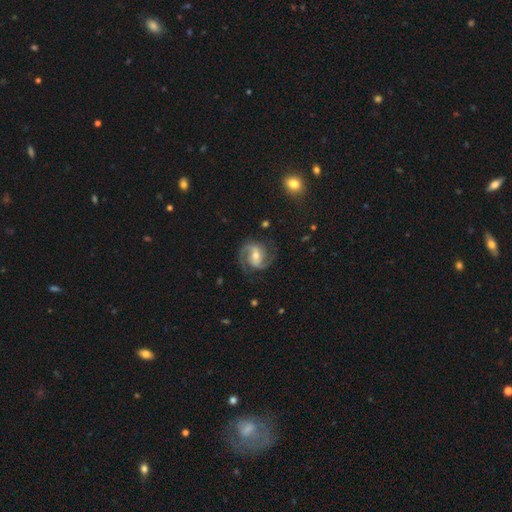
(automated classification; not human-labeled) smooth-or-featured: featured or disk: 90% | smooth: 5% | star or artifact: 5%
  disk-edge-on: no: 98% | yes: 2%
    bar: weak: 45% | strong: 29% | no: 27%
    has-spiral-arms: yes: 98% | no: 2%
      spiral-winding: medium: 58% | tight: 23% | loose: 19%
      spiral-arm-count: 2: 89% | 3: 4% | can't tell: 3% | 1: 2% | 4: 1% | more than 4: 1%
    bulge-size: moderate: 53% | small: 41% | large: 3% | none: 2% | dominant: 1%
  merging: none: 79% | minor disturbance: 14% | major disturbance: 6% | merger: 1%